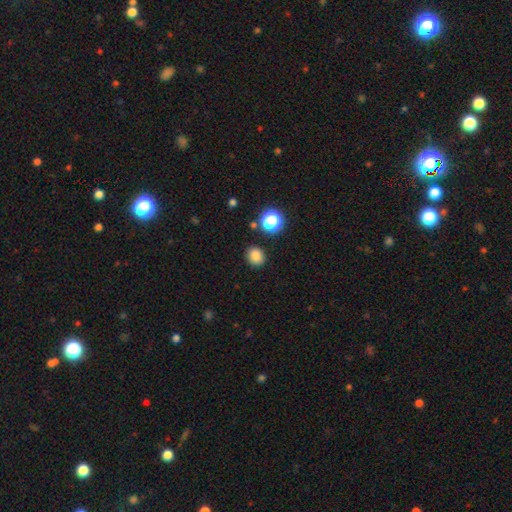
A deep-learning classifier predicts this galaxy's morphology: The model was most divided on "how rounded": round: 68%, in between: 31%, cigar-shaped: 1%. More confident: merging — none (86%); smooth or featured — smooth (82%).